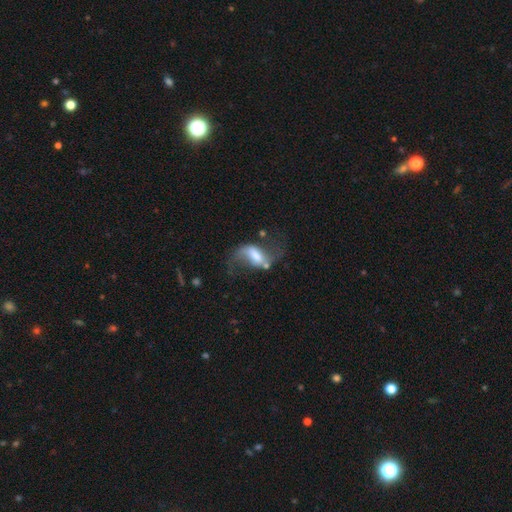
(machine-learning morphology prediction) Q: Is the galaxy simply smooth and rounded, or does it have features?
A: featured or disk — 76%.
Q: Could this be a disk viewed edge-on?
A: no — 95%.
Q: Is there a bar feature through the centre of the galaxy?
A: weak — 43%.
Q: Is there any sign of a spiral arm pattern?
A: yes — 90%.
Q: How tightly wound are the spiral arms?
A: loose — 83%.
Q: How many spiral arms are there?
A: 2 — 89%.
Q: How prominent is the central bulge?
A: moderate — 41%.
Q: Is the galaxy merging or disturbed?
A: none — 54%.